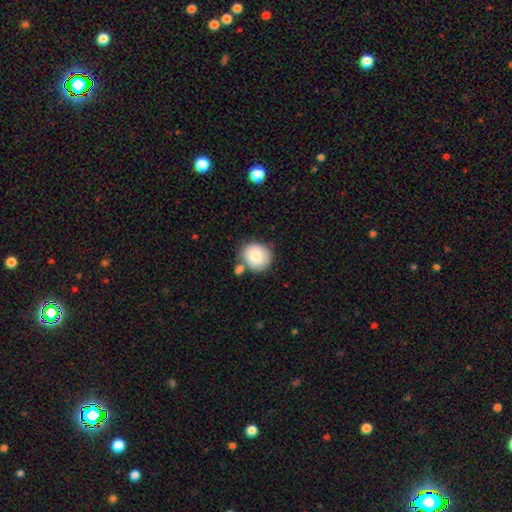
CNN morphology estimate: Smooth or featured? Predicted: smooth (p=0.81). How rounded? Predicted: round (p=0.83). Merging? Predicted: none (p=0.69).